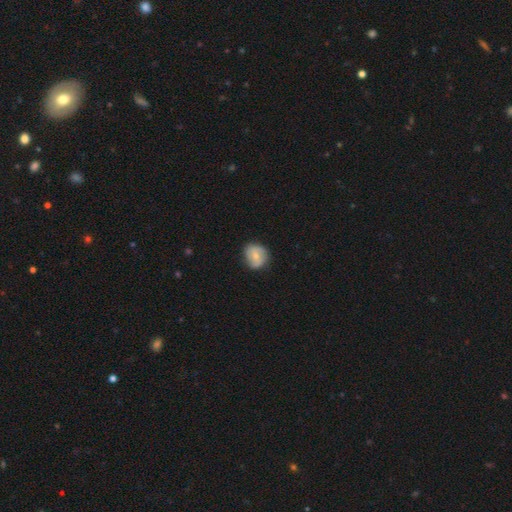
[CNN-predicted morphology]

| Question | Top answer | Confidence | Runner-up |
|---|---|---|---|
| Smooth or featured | smooth | 58% | featured or disk (35%) |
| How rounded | round | 72% | in between (27%) |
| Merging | none | 69% | minor disturbance (24%) |